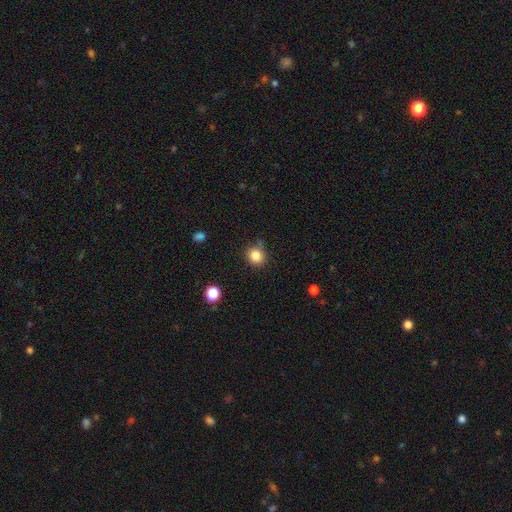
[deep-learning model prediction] Smooth or featured?
  - smooth: 84% *
  - star or artifact: 12%
  - featured or disk: 5%
How rounded?
  - round: 89% *
  - in between: 10%
  - cigar-shaped: 1%
Merging?
  - none: 80% *
  - minor disturbance: 13%
  - merger: 4%
  - major disturbance: 3%